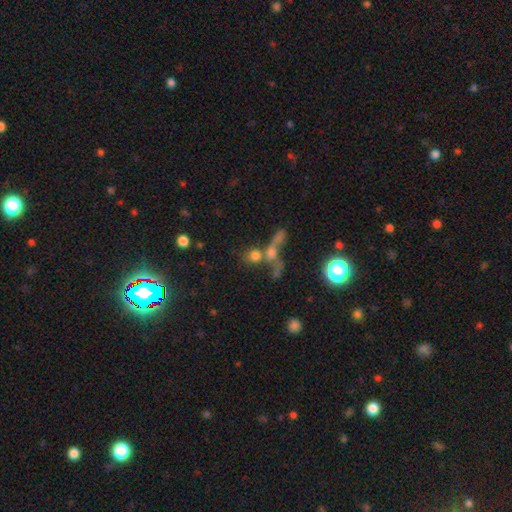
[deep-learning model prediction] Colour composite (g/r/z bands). It shows a smooth galaxy with no disk features (66%) that is round (71%). Merging: merger (55%).